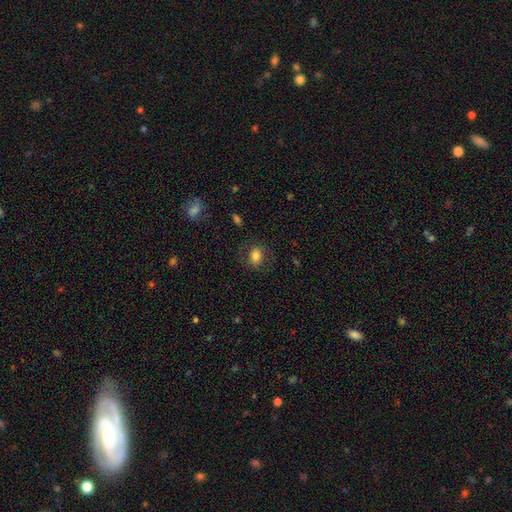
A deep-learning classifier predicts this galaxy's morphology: This is likely a smooth galaxy (74%). How rounded: likely in between (61%). Merging: likely none (77%).